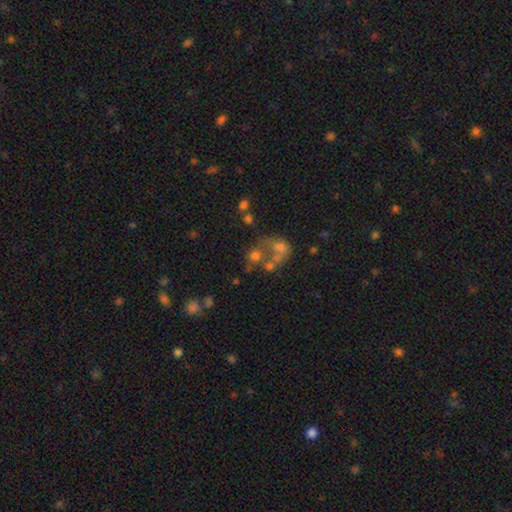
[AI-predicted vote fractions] Smooth or featured?
  - smooth: 52% *
  - featured or disk: 30%
  - star or artifact: 18%
How rounded?
  - round: 65% *
  - in between: 34%
  - cigar-shaped: 1%
Merging?
  - merger: 48% *
  - none: 25%
  - major disturbance: 17%
  - minor disturbance: 9%